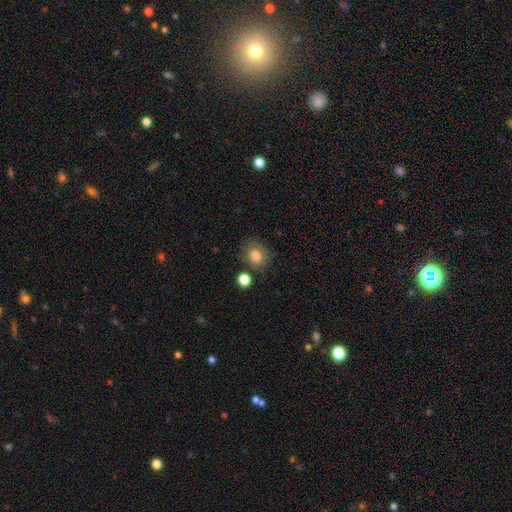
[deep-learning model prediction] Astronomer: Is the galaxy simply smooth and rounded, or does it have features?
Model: smooth — 80%.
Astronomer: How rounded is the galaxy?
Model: round — 60% (runner-up: in between, 39%).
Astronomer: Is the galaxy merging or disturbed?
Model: none — 72%.